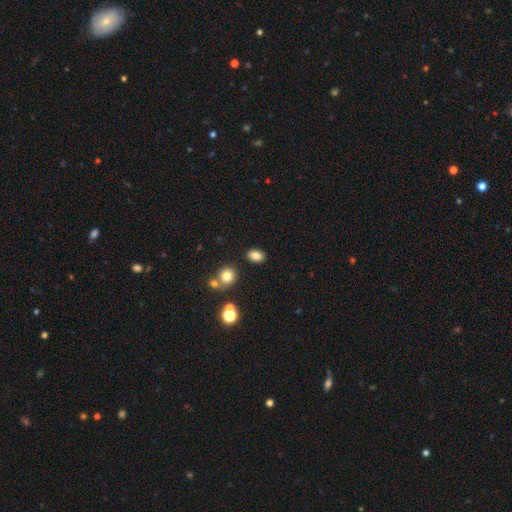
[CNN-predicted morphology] Smooth or featured? Predicted: smooth (p=0.81). How rounded? Predicted: in between (p=0.76). Merging? Predicted: none (p=0.84).